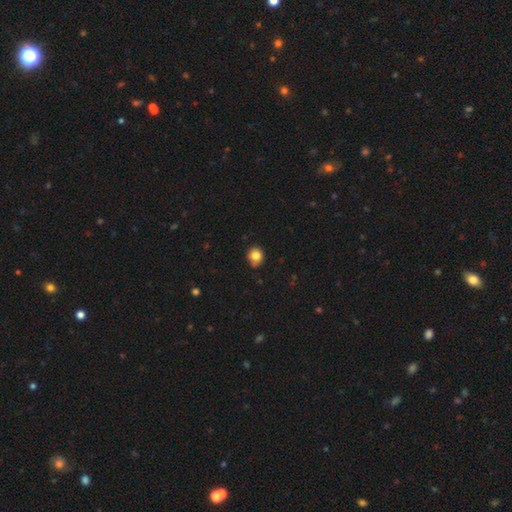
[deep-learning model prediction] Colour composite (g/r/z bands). It shows a smooth galaxy with no disk features (82%) that is round (77%). Merging: none (77%).